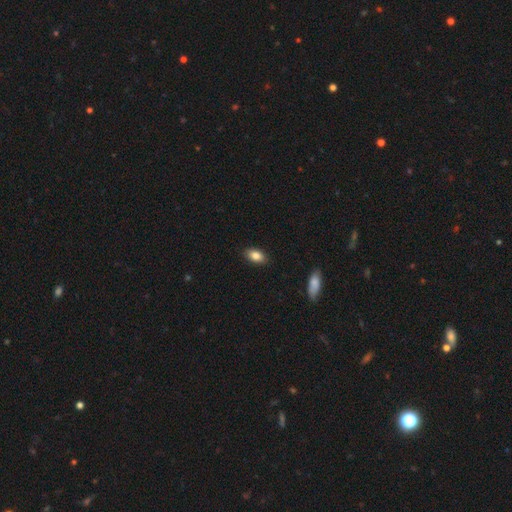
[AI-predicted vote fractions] smooth_or_featured: smooth (p=0.85) [alt: star or artifact p=0.08]
how_rounded: in between (p=0.91) [alt: round p=0.06]
merging: none (p=0.88) [alt: minor disturbance p=0.09]